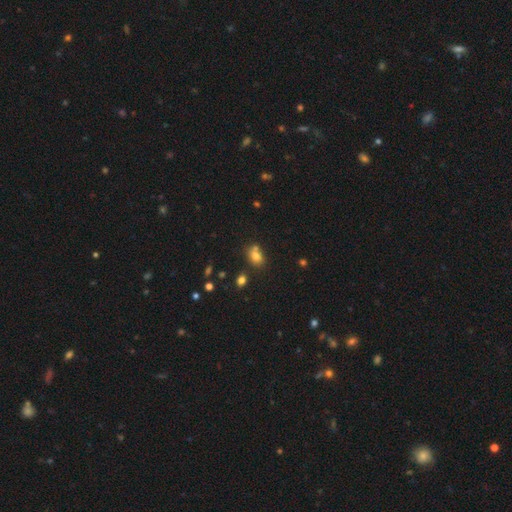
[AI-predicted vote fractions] Smooth or featured? Predicted: smooth (p=0.76). How rounded? Predicted: in between (p=0.64). Merging? Predicted: none (p=0.51).